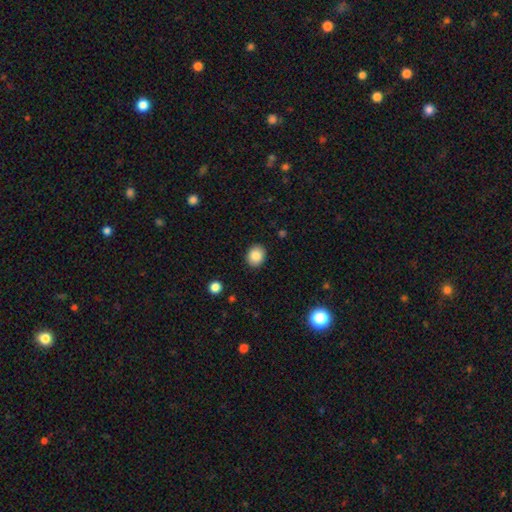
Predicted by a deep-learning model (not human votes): This is clearly a smooth galaxy (86%). How rounded: likely round (63%). Merging: clearly none (90%).